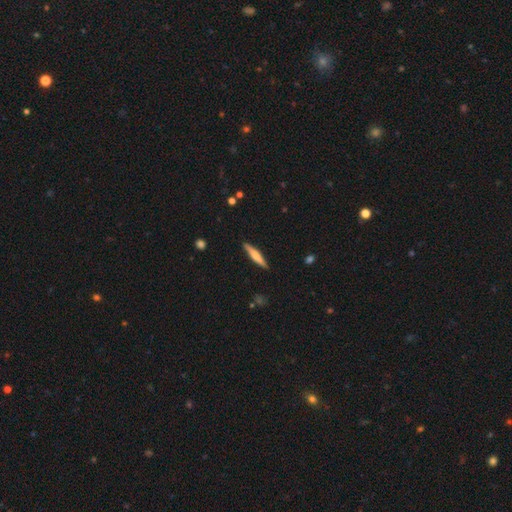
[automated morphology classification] Q: Smooth or featured?
A: smooth (50%); runner-up: featured or disk (44%)
Q: How rounded?
A: cigar-shaped (90%); runner-up: in between (9%)
Q: Merging?
A: none (89%); runner-up: minor disturbance (8%)